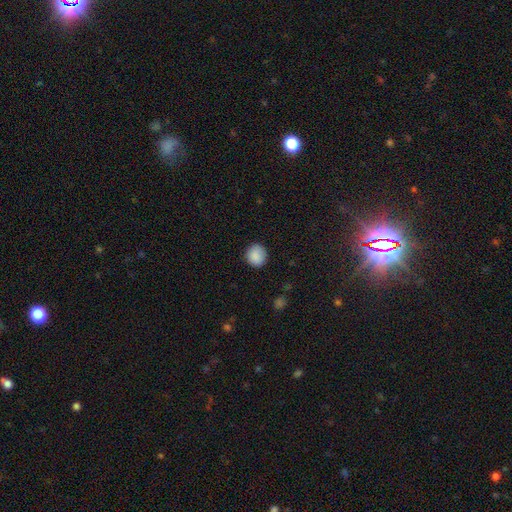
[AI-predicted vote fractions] This is clearly a smooth galaxy (89%). How rounded: clearly round (87%). Merging: clearly none (88%).